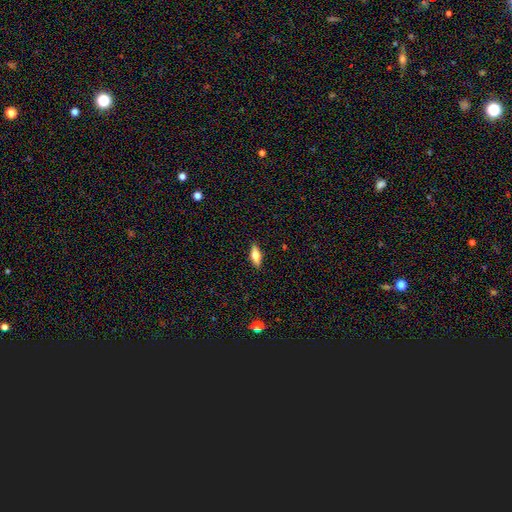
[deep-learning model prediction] Smooth or featured?
  - smooth: 67% *
  - featured or disk: 26%
  - star or artifact: 7%
How rounded?
  - in between: 73% *
  - cigar-shaped: 24%
  - round: 3%
Merging?
  - none: 89% *
  - minor disturbance: 8%
  - major disturbance: 2%
  - merger: 1%